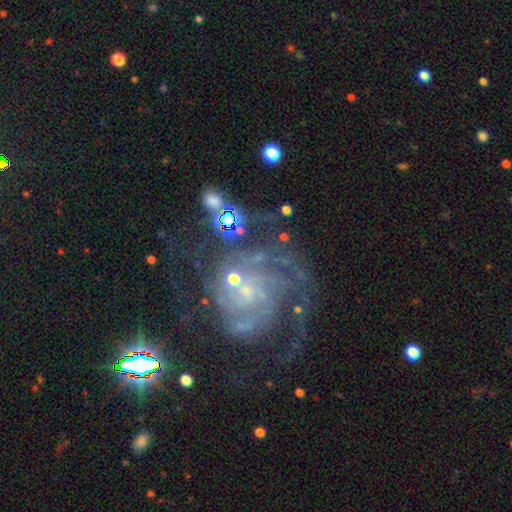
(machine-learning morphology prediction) Smooth or featured: featured or disk — 80% (star or artifact — 13%)
Edge-on disk: no — 98% (yes — 2%)
Bar: no — 70% (weak — 25%)
Spiral arms: yes — 91% (no — 9%)
Spiral winding: tight — 49% (medium — 36%)
Spiral arm count: can't tell — 33% (2 — 21%)
Bulge size: small — 61% (none — 23%)
Merging: none — 48% (major disturbance — 27%)